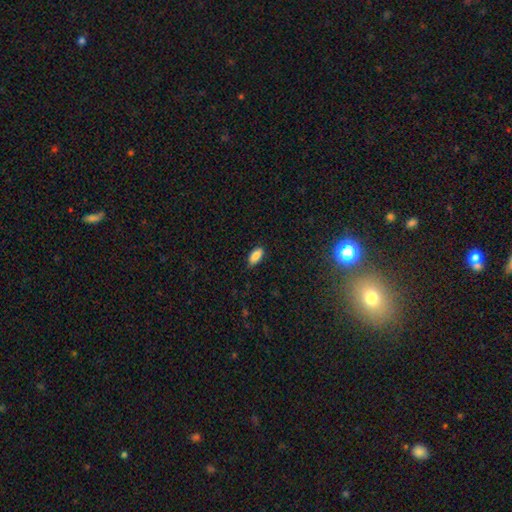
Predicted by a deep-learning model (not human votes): Smooth or featured? smooth (86%)
How rounded? in between (88%)
Merging? none (85%)